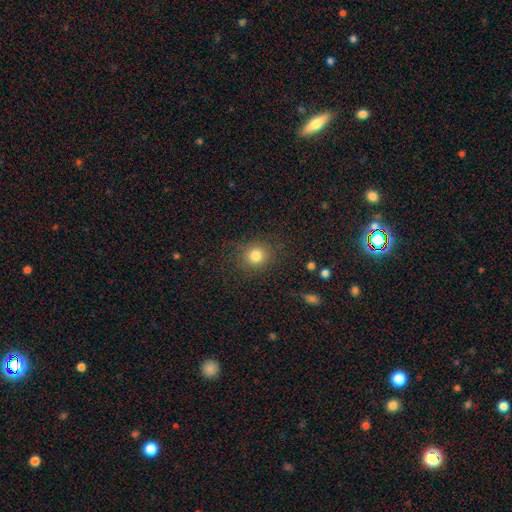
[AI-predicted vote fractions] smooth_or_featured: smooth (p=0.81) [alt: star or artifact p=0.12]
how_rounded: round (p=0.85) [alt: in between p=0.14]
merging: none (p=0.84) [alt: minor disturbance p=0.10]